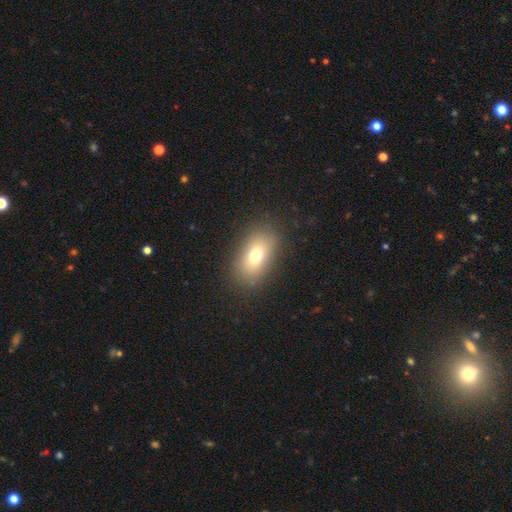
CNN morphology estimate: Smooth or featured: smooth — 74% (featured or disk — 15%)
How rounded: in between — 85% (round — 13%)
Merging: none — 85% (minor disturbance — 10%)